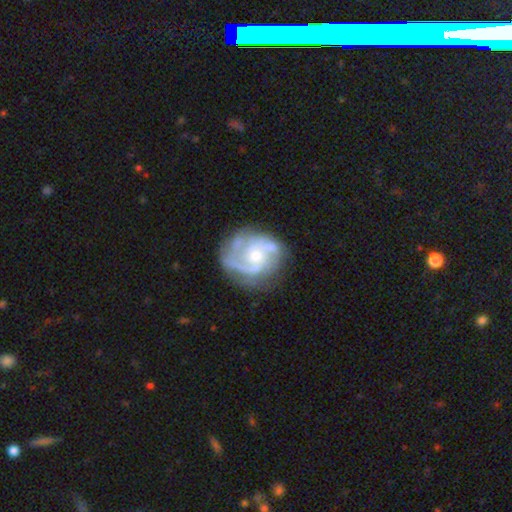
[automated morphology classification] Smooth or featured?
  - featured or disk: 85% *
  - smooth: 9%
  - star or artifact: 5%
Edge-on disk?
  - no: 98% *
  - yes: 2%
Bar?
  - no: 68% *
  - weak: 27%
  - strong: 5%
Spiral arms?
  - yes: 94% *
  - no: 6%
Spiral winding?
  - medium: 44% *
  - tight: 43%
  - loose: 13%
Spiral arm count?
  - 2: 39% *
  - 3: 28%
  - can't tell: 19%
  - 4: 6%
  - 1: 5%
  - more than 4: 4%
Bulge size?
  - small: 48% *
  - moderate: 46%
  - large: 3%
  - none: 2%
  - dominant: 1%
Merging?
  - none: 65% *
  - minor disturbance: 20%
  - major disturbance: 11%
  - merger: 4%